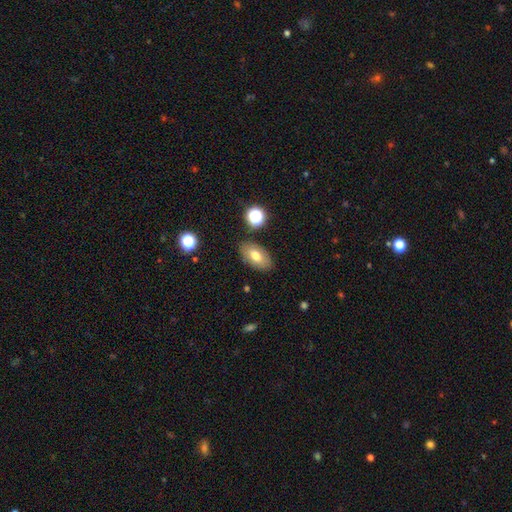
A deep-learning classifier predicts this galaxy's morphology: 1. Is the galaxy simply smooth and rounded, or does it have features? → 72% smooth, 19% featured or disk, 9% star or artifact.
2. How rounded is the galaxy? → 91% in between, 7% round, 2% cigar-shaped.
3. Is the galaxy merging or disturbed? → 83% none, 11% minor disturbance, 3% major disturbance, 3% merger.